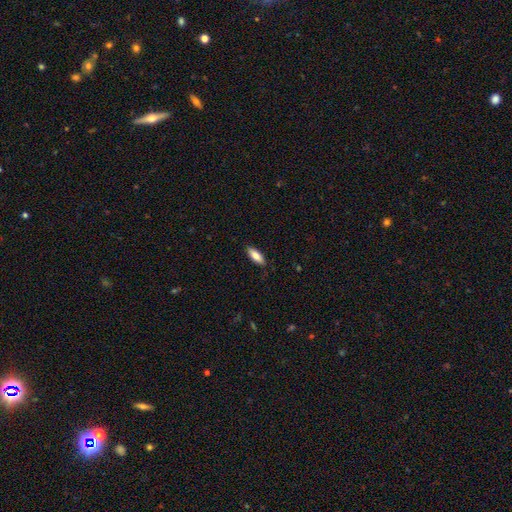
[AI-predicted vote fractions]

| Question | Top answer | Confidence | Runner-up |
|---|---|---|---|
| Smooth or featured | smooth | 80% | featured or disk (14%) |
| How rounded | in between | 68% | cigar-shaped (30%) |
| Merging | none | 86% | minor disturbance (11%) |